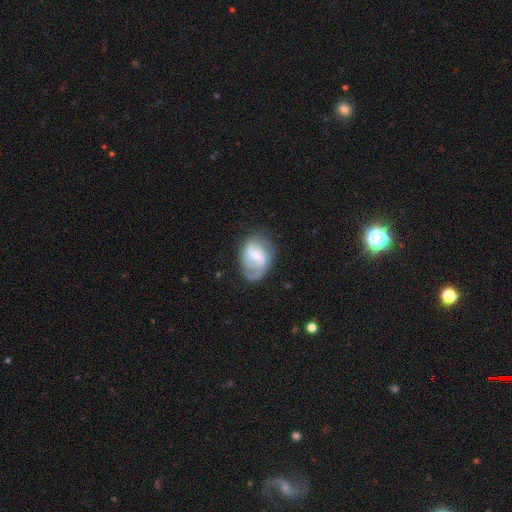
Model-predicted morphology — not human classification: Smooth or featured?
  - featured or disk: 66% *
  - smooth: 27%
  - star or artifact: 7%
Edge-on disk?
  - no: 97% *
  - yes: 3%
Bar?
  - weak: 55% *
  - no: 23%
  - strong: 22%
Spiral arms?
  - yes: 83% *
  - no: 17%
Spiral winding?
  - medium: 41% *
  - tight: 34%
  - loose: 24%
Spiral arm count?
  - 2: 45% *
  - can't tell: 25%
  - 1: 20%
  - 3: 7%
  - 4: 2%
  - more than 4: 2%
Bulge size?
  - small: 47% *
  - moderate: 33%
  - none: 12%
  - large: 6%
  - dominant: 1%
Merging?
  - none: 53% *
  - minor disturbance: 26%
  - major disturbance: 20%
  - merger: 2%